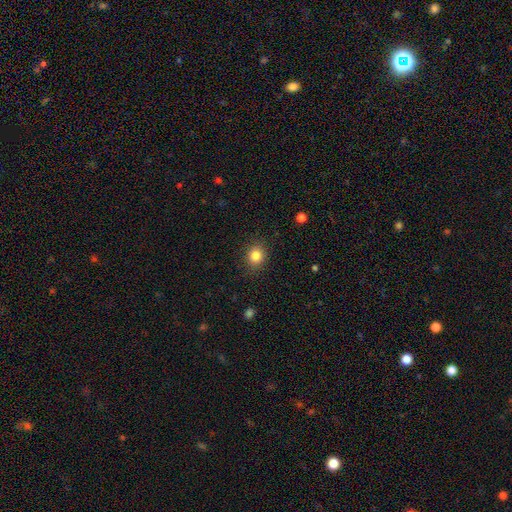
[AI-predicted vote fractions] Smooth or featured: smooth — 84% (star or artifact — 11%)
How rounded: round — 74% (in between — 25%)
Merging: none — 88% (minor disturbance — 8%)